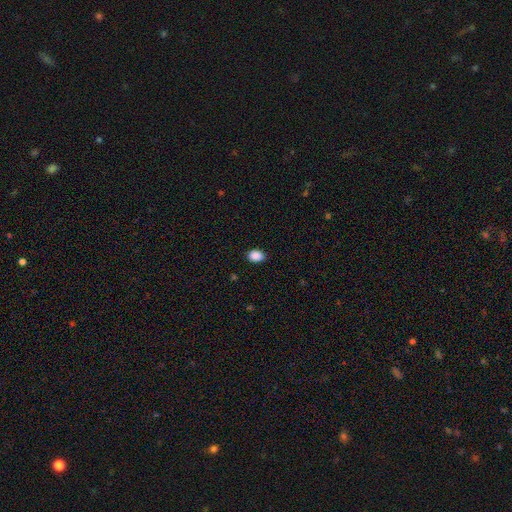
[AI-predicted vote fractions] Smooth or featured? Predicted: smooth (p=0.89). How rounded? Predicted: in between (p=0.77). Merging? Predicted: none (p=0.88).